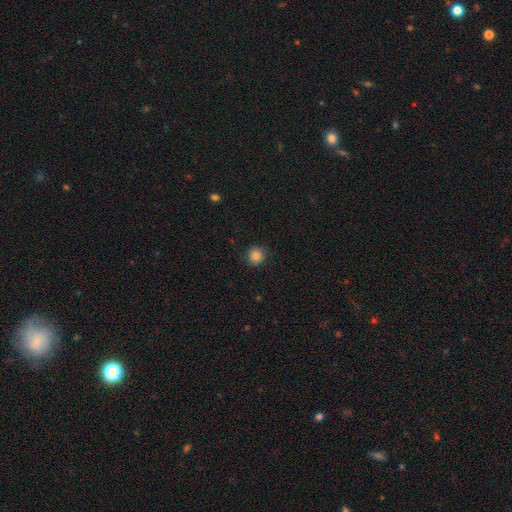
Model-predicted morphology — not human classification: A smooth galaxy with no disk features (84%) that is round (88%).

Vote fractions:
- Smooth or featured? smooth: 84% / star or artifact: 10% / featured or disk: 5%
- How rounded? round: 88% / in between: 11% / cigar-shaped: 1%
- Merging? none: 85% / minor disturbance: 12% / major disturbance: 3% / merger: 1%